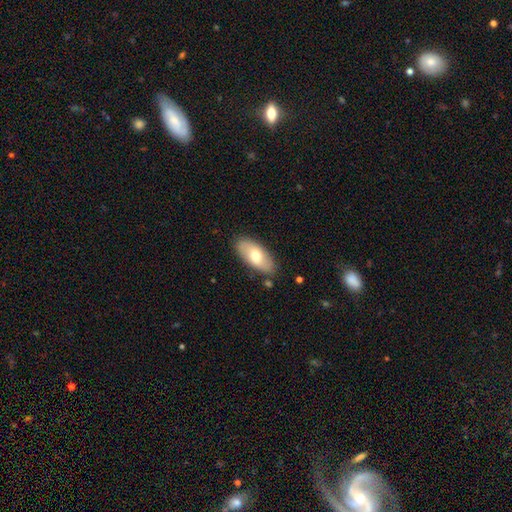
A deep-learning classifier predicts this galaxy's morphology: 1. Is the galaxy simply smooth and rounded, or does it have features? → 65% smooth, 29% featured or disk, 6% star or artifact.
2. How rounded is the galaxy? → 90% in between, 8% cigar-shaped, 3% round.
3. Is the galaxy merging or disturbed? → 84% none, 11% minor disturbance, 3% merger, 2% major disturbance.